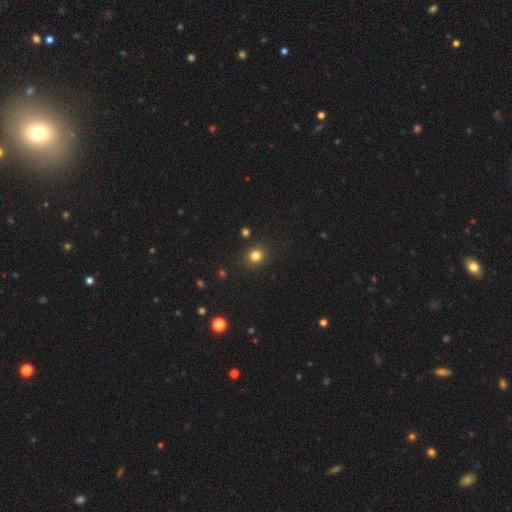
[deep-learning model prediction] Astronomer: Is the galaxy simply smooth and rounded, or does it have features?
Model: smooth — 81%.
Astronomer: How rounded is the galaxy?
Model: round — 82%.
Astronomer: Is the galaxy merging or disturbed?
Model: none — 89%.